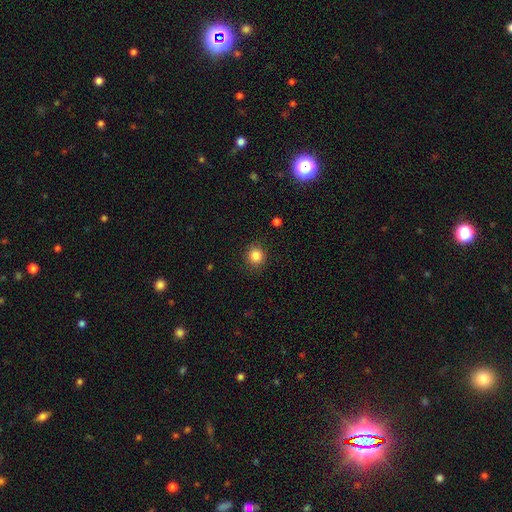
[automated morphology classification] A smooth galaxy with no disk features (85%) that is round (89%).

Vote fractions:
- Smooth or featured? smooth: 85% / star or artifact: 11% / featured or disk: 4%
- How rounded? round: 89% / in between: 10% / cigar-shaped: 1%
- Merging? none: 89% / minor disturbance: 8% / major disturbance: 2% / merger: 1%